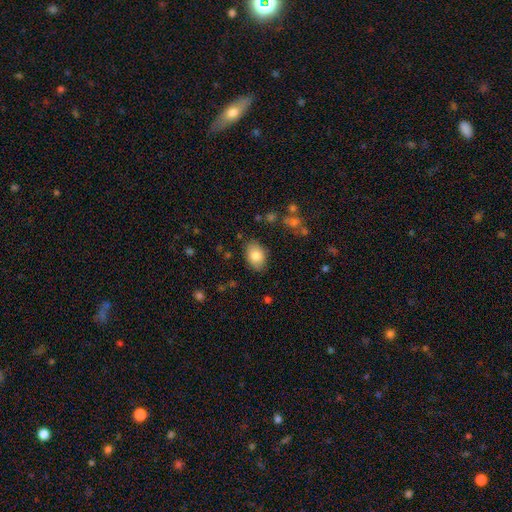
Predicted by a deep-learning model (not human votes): Smooth or featured?
  - smooth: 83% *
  - featured or disk: 10%
  - star or artifact: 7%
How rounded?
  - in between: 86% *
  - round: 13%
  - cigar-shaped: 1%
Merging?
  - none: 84% *
  - minor disturbance: 12%
  - major disturbance: 3%
  - merger: 1%